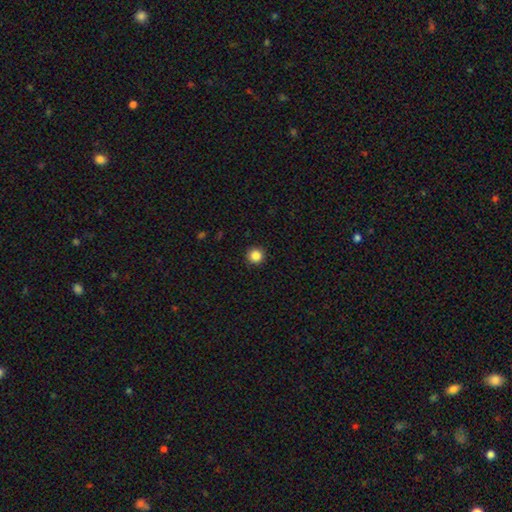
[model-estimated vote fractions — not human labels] Smooth or featured? Predicted: smooth (p=0.86). How rounded? Predicted: round (p=0.96). Merging? Predicted: none (p=0.92).